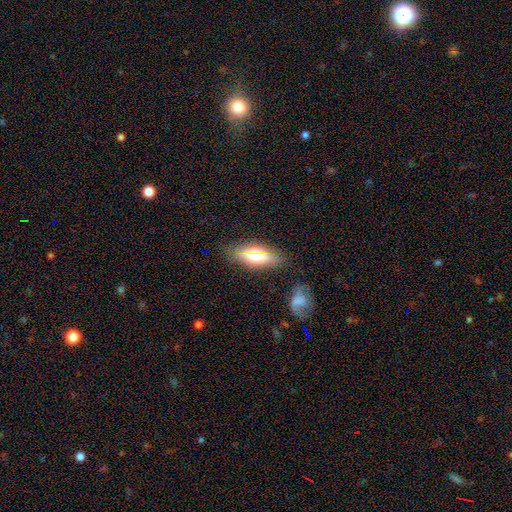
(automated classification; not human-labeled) smooth_or_featured: smooth (p=0.56) [alt: featured or disk p=0.32]
how_rounded: in between (p=0.79) [alt: cigar-shaped p=0.15]
merging: none (p=0.83) [alt: minor disturbance p=0.12]